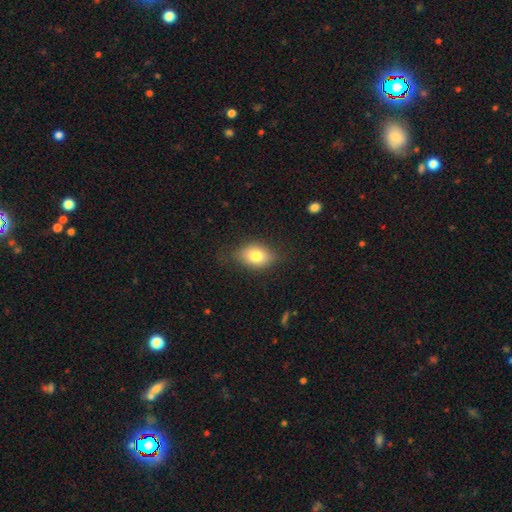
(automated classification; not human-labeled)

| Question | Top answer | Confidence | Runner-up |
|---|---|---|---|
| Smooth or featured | smooth | 77% | featured or disk (14%) |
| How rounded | in between | 77% | round (21%) |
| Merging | none | 73% | minor disturbance (21%) |